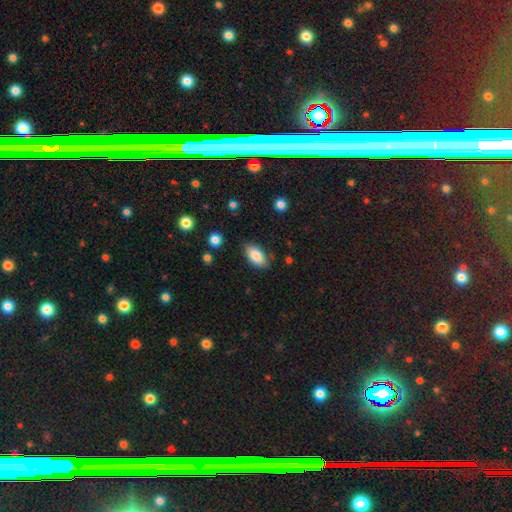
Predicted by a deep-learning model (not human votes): smooth 84%, featured or disk 9%, star or artifact 7%. Down the decision tree: how rounded — in between (93%); merging — none (82%).